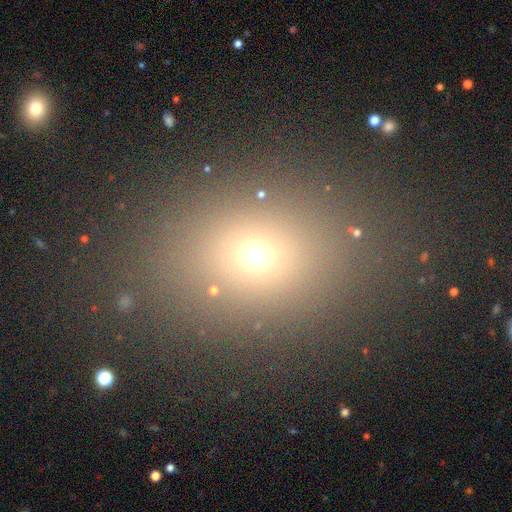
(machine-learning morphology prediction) The model was most divided on "how rounded": in between: 56%, round: 42%, cigar-shaped: 2%. More confident: merging — none (80%); smooth or featured — smooth (65%).